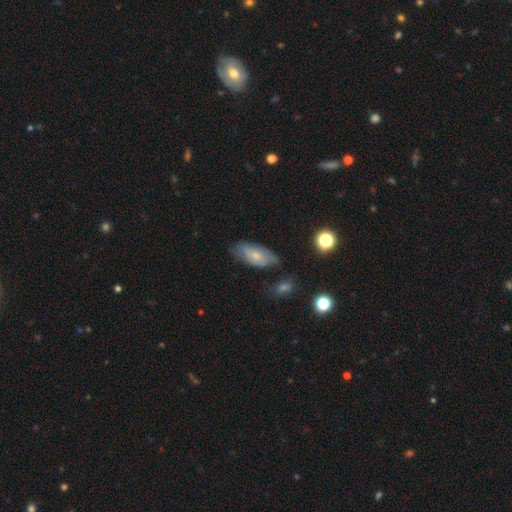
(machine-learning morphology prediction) A smooth galaxy with no disk features (66%) that is in between round and cigar-shaped (89%). Merging: none (61%).